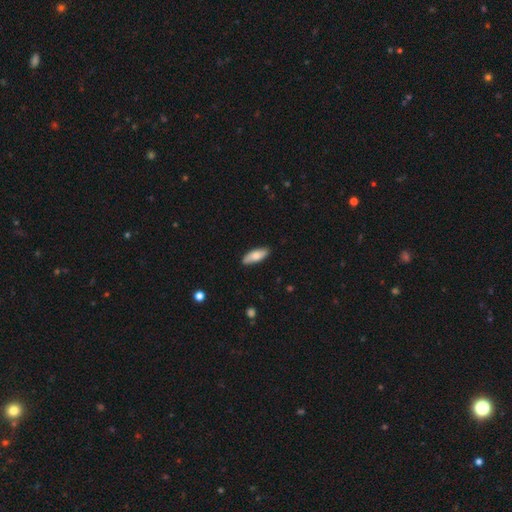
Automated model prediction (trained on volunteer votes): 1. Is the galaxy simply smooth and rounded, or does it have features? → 76% smooth, 18% featured or disk, 6% star or artifact.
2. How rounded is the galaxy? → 69% in between, 29% cigar-shaped, 2% round.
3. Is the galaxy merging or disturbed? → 87% none, 11% minor disturbance, 2% major disturbance, 1% merger.